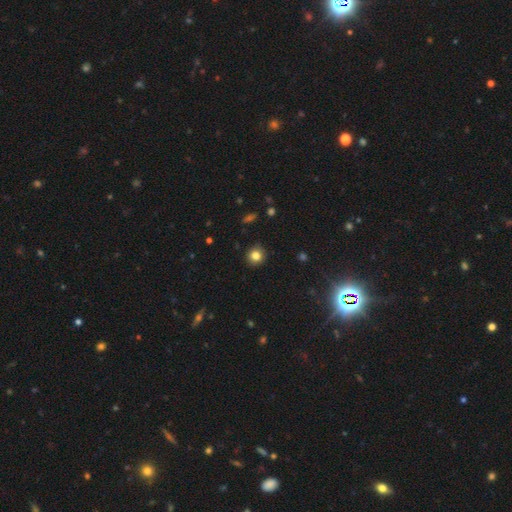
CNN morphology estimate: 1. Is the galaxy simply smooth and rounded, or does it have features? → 82% smooth, 11% star or artifact, 6% featured or disk.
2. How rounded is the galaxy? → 90% round, 9% in between, 1% cigar-shaped.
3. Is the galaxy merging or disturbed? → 90% none, 7% minor disturbance, 2% major disturbance, 1% merger.